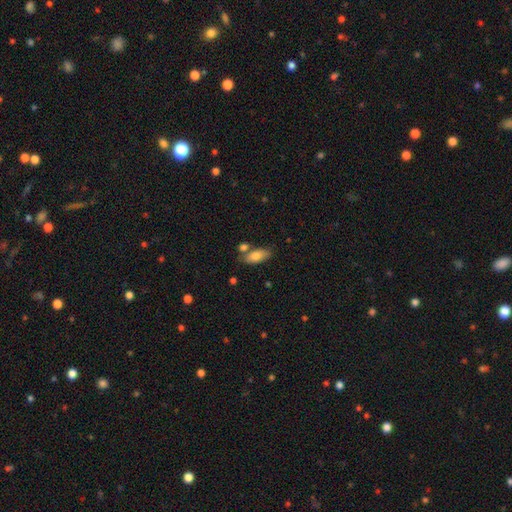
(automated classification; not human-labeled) Overall: smooth (81%). How rounded: in between (87%). Merging: none (62%).